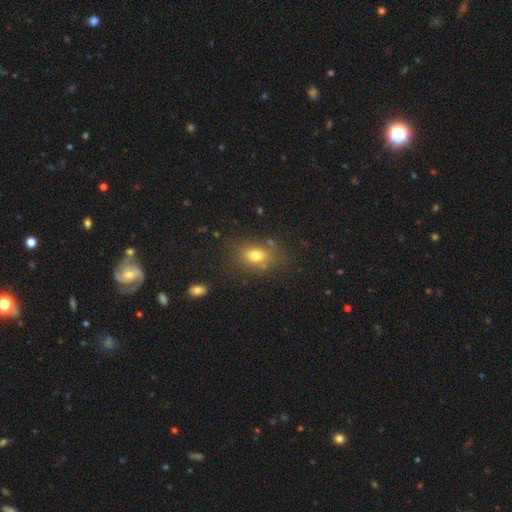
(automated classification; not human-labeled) The model was most divided on "how rounded": in between: 73%, round: 25%, cigar-shaped: 2%. More confident: smooth or featured — smooth (76%); merging — none (75%).